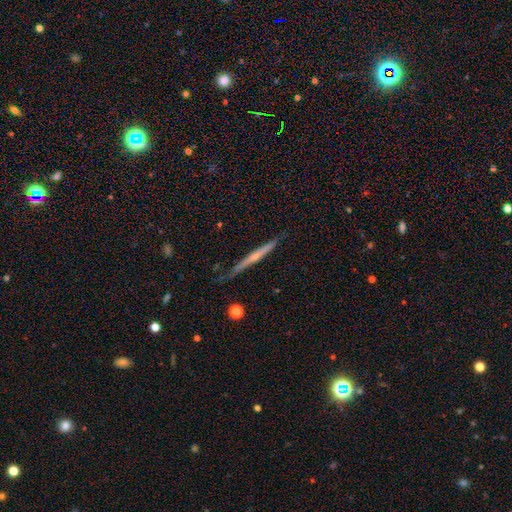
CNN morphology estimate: smooth-or-featured: featured or disk: 65% | smooth: 29% | star or artifact: 6%
  disk-edge-on: yes: 97% | no: 3%
    edge-on-bulge: rounded: 48% | none: 47% | boxy: 5%
  merging: none: 81% | minor disturbance: 14% | major disturbance: 2% | merger: 2%